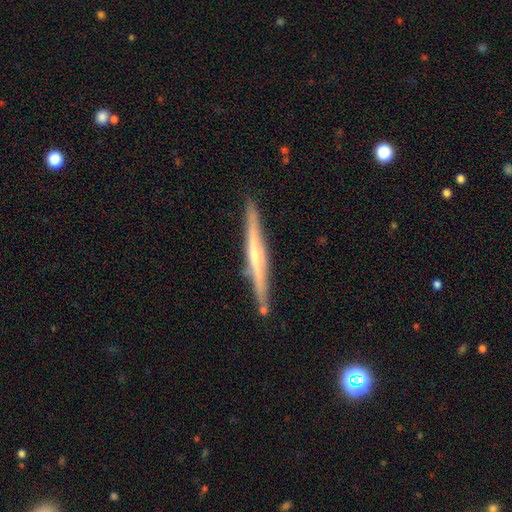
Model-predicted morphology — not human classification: The model was most divided on "edge-on bulge": rounded: 63%, none: 29%, boxy: 8%. More confident: edge-on disk — yes (97%); merging — none (87%); smooth or featured — featured or disk (72%).